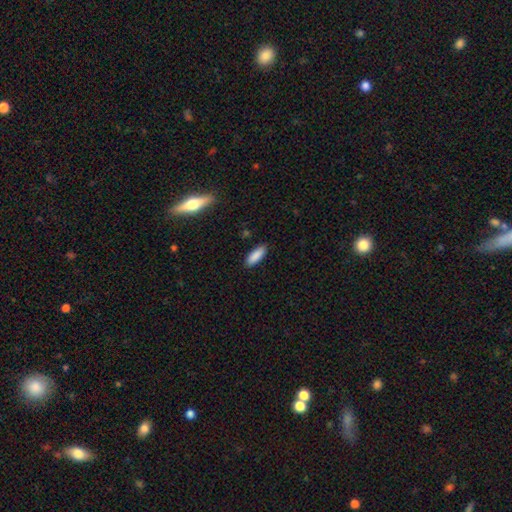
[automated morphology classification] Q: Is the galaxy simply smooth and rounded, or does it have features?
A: smooth — 88%.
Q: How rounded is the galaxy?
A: in between — 67%.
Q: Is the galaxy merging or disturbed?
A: none — 88%.